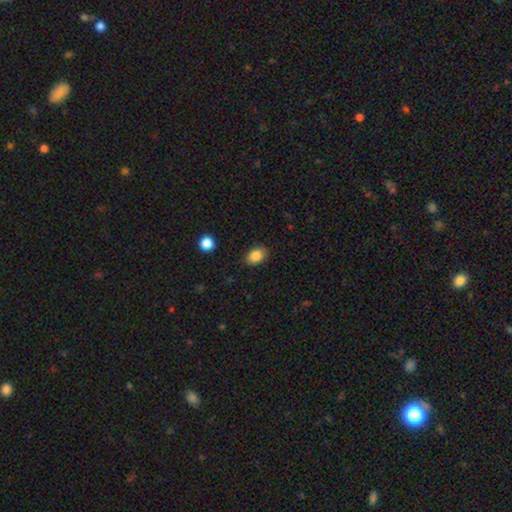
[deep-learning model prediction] Morphology: type=smooth (85%); roundness=in between (71%); merging=none (86%).